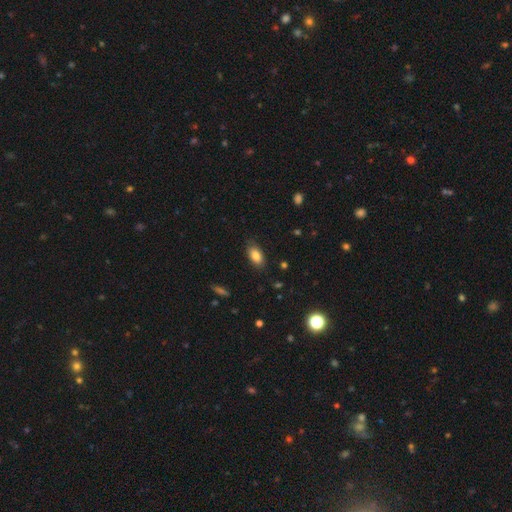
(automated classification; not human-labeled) This is clearly a smooth galaxy (83%). How rounded: clearly in between (91%). Merging: clearly none (81%).